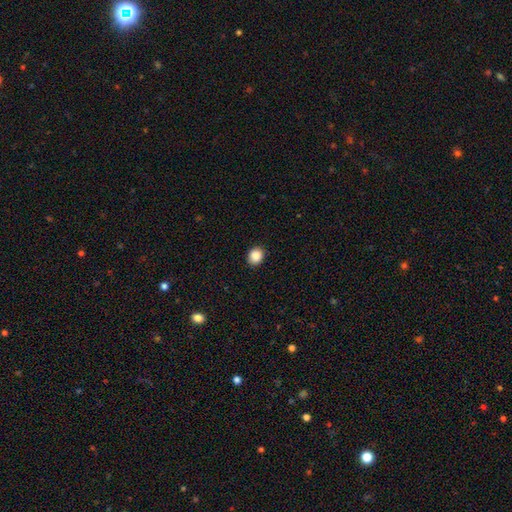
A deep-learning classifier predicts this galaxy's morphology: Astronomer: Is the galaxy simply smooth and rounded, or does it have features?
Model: smooth — 88%.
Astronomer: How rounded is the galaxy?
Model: round — 71%.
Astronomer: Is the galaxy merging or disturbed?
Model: none — 90%.